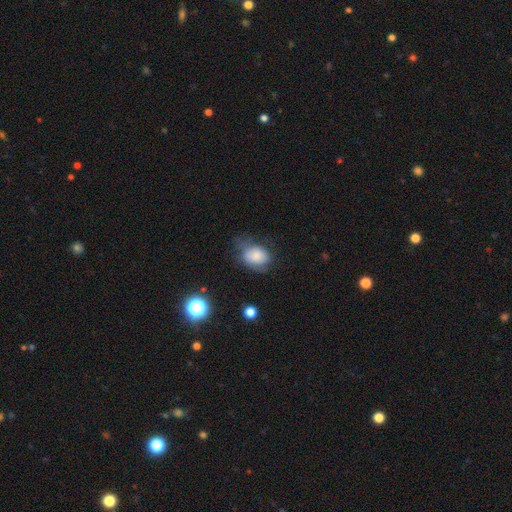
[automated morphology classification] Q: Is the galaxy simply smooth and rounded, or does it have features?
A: smooth — 74%.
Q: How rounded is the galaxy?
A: in between — 72%.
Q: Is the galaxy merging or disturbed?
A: none — 39%.